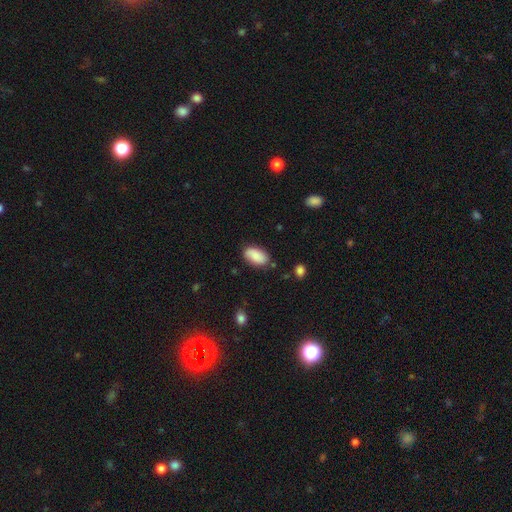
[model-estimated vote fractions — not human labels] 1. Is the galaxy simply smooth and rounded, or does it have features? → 83% smooth, 10% featured or disk, 7% star or artifact.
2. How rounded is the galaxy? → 94% in between, 4% round, 3% cigar-shaped.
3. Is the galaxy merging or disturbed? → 78% none, 16% minor disturbance, 3% major disturbance, 3% merger.